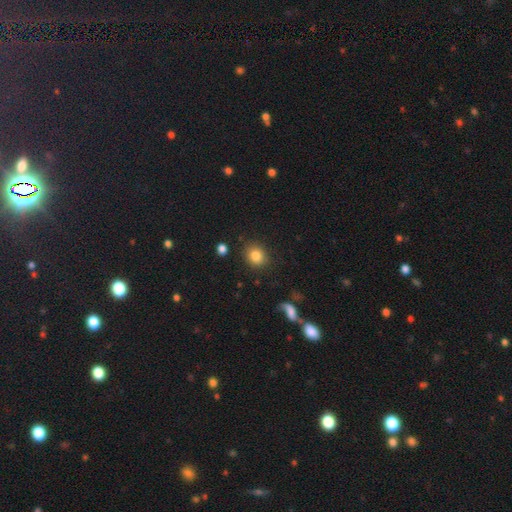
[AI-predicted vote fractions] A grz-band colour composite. It shows a smooth galaxy with no disk features (83%) that is round (72%). Merging: none (86%).